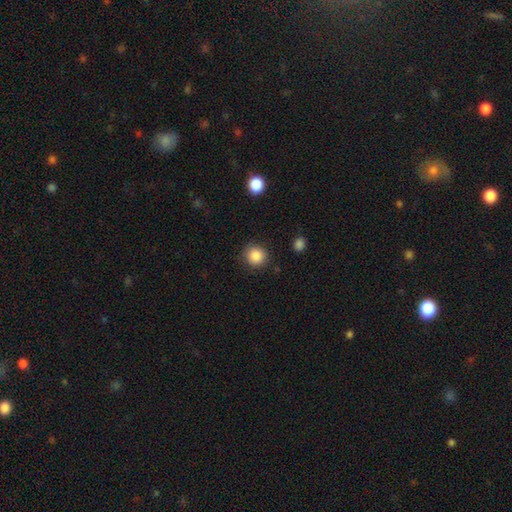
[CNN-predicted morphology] smooth_or_featured: smooth (p=0.87) [alt: star or artifact p=0.09]
how_rounded: round (p=0.92) [alt: in between p=0.07]
merging: none (p=0.88) [alt: minor disturbance p=0.08]